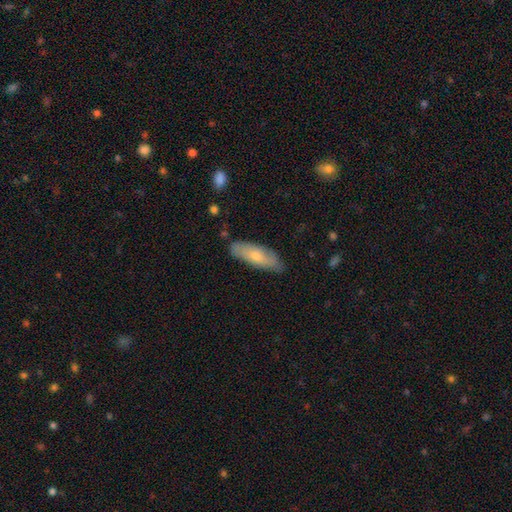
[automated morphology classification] smooth-or-featured: smooth: 63% | featured or disk: 31% | star or artifact: 6%
  how-rounded: in between: 59% | cigar-shaped: 39% | round: 2%
  merging: none: 80% | minor disturbance: 16% | major disturbance: 3% | merger: 2%